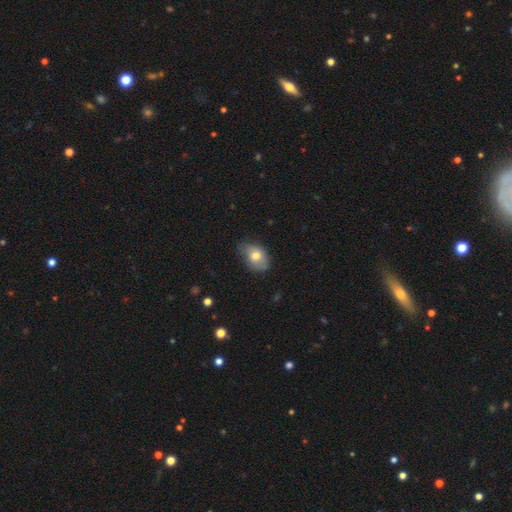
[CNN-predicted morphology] Q: Smooth or featured?
A: smooth (75%); runner-up: featured or disk (17%)
Q: How rounded?
A: in between (81%); runner-up: round (18%)
Q: Merging?
A: none (55%); runner-up: minor disturbance (36%)